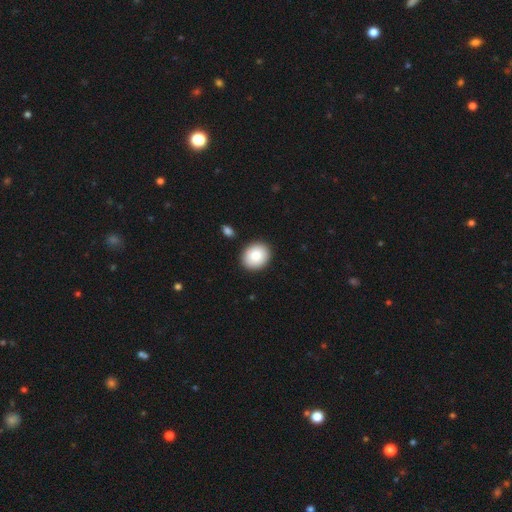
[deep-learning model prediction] This appears to be a smooth galaxy with no disk features (86%) that is round (60%). Merging: none (89%).